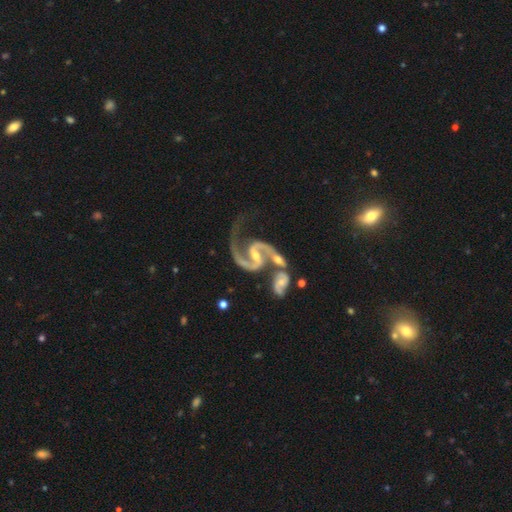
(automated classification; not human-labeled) Morphology: type=featured or disk (93%); edge-on=no (98%); bar=weak (41%); spiral arms=yes (98%); winding=medium (59%); arm count=2 (93%); bulge=small (65%); merging=none (37%).